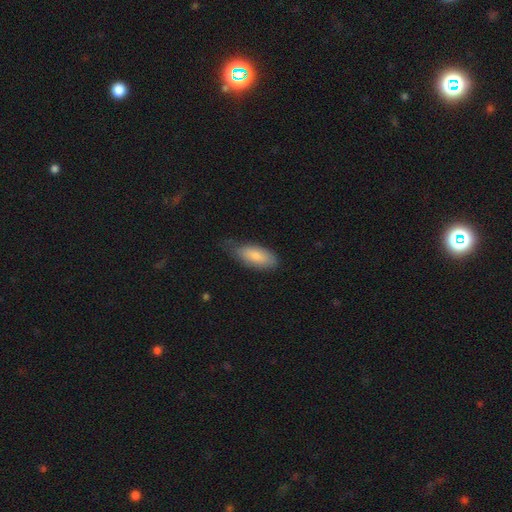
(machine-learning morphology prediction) A smooth galaxy with no disk features (82%) that is in between round and cigar-shaped (83%). Merging: none (58%).